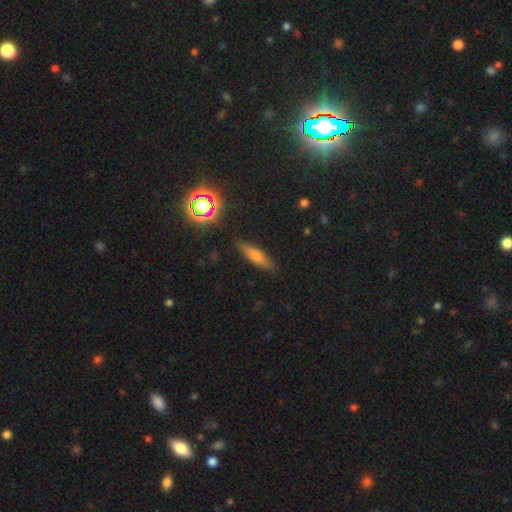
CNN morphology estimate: Overall: smooth (65%). How rounded: cigar-shaped (60%; in between 37%). Merging: none (82%).